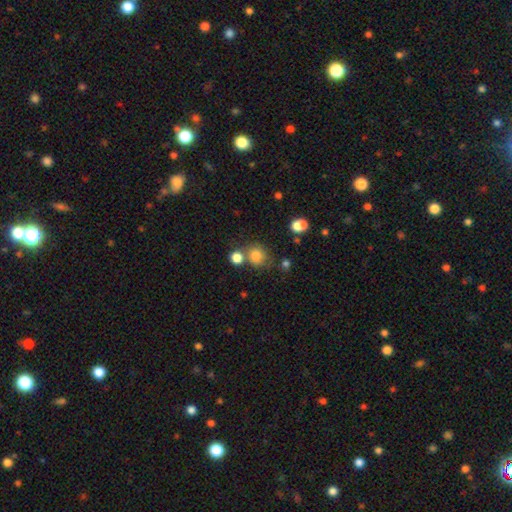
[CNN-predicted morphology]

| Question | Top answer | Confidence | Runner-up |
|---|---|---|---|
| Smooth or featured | smooth | 80% | star or artifact (13%) |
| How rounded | round | 80% | in between (19%) |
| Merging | none | 61% | merger (20%) |